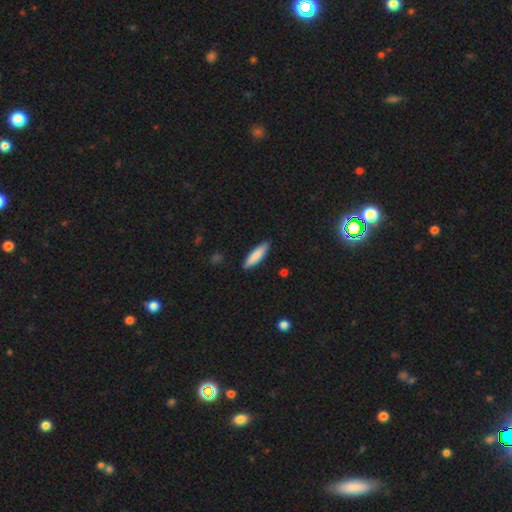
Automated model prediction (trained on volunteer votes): This appears to be a smooth galaxy with no disk features (83%) that is cigar-shaped (73%). Merging: none (89%).